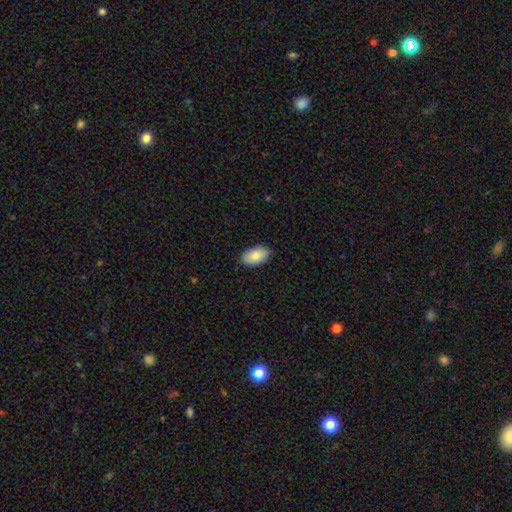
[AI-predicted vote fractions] Morphology: type=smooth (85%); roundness=in between (95%); merging=none (88%).